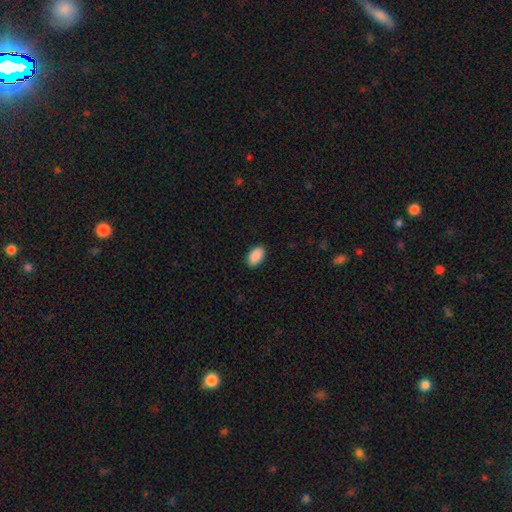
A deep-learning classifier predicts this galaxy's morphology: The model was most divided on "merging": none: 90%, minor disturbance: 7%, major disturbance: 2%, merger: 1%. More confident: how rounded — in between (94%); smooth or featured — smooth (91%).